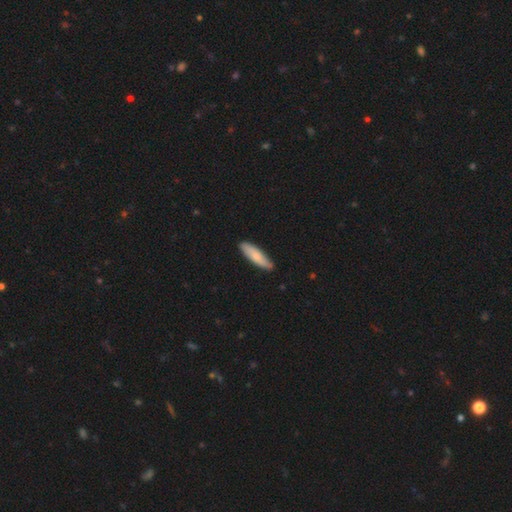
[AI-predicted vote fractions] The model was most divided on "how rounded": cigar-shaped: 69%, in between: 30%, round: 2%. More confident: merging — none (86%); smooth or featured — smooth (75%).